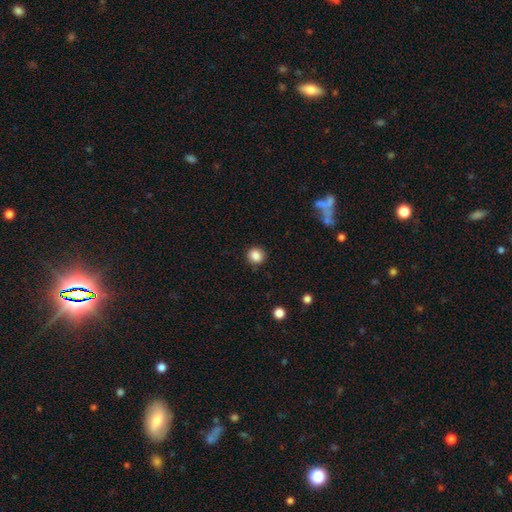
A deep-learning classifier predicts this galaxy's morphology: Smooth or featured: smooth — 86% (star or artifact — 10%)
How rounded: round — 86% (in between — 13%)
Merging: none — 88% (minor disturbance — 8%)